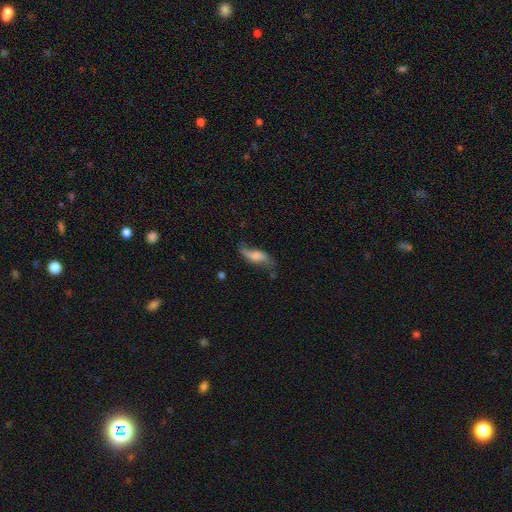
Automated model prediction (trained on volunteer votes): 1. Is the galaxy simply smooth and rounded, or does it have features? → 64% featured or disk, 28% smooth, 8% star or artifact.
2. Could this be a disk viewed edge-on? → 83% no, 17% yes.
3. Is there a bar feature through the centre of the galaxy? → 56% no, 33% weak, 11% strong.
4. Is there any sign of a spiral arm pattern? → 90% yes, 10% no.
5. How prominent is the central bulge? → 34% moderate, 29% small, 19% none, 15% large, 3% dominant.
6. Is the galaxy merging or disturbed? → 61% none, 23% minor disturbance, 13% major disturbance, 4% merger.